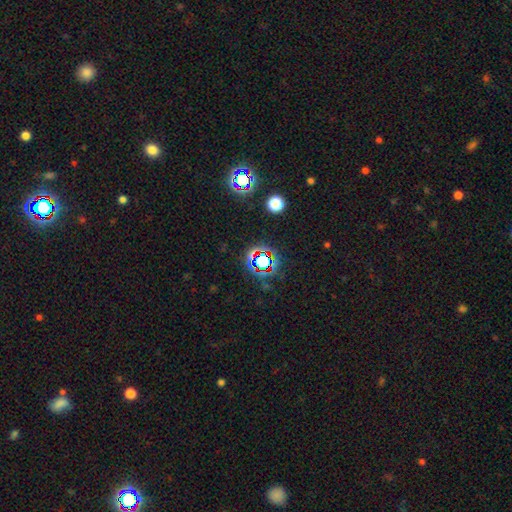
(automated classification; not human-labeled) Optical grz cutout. It shows a star or artifact, not a galaxy (67%).